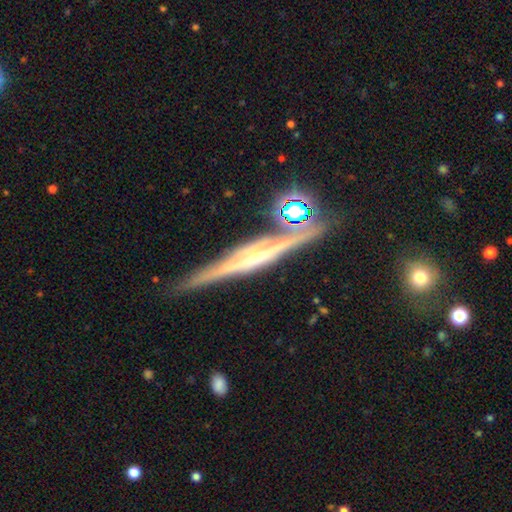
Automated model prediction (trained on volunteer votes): This is clearly a featured or disk galaxy (81%). It is clearly viewed edge-on (98%). Edge-on bulge: likely rounded (70%). Merging: clearly none (85%).